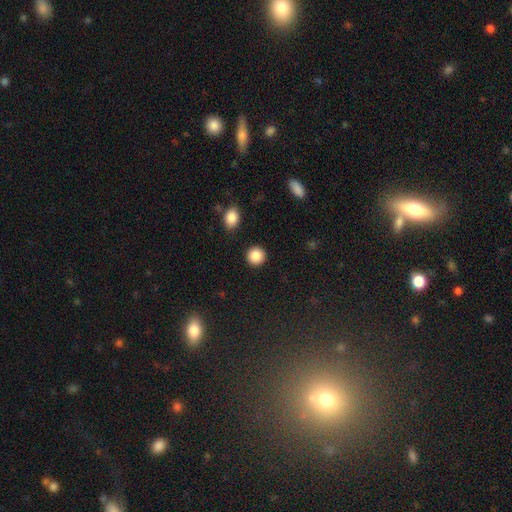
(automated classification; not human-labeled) A smooth galaxy with no disk features (88%) that is round (91%). Merging: none (91%).